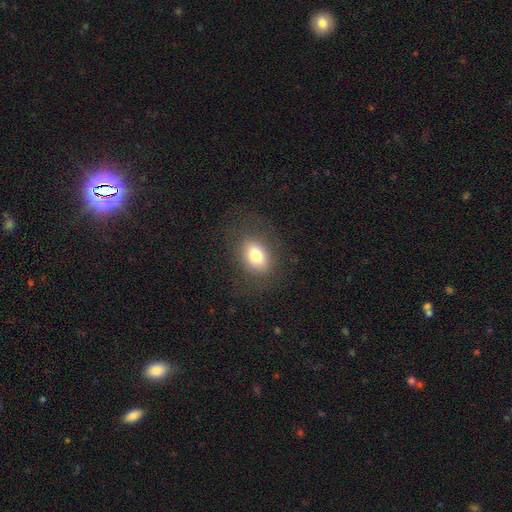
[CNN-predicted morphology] smooth-or-featured: smooth: 75% | featured or disk: 15% | star or artifact: 10%
  how-rounded: in between: 79% | round: 19% | cigar-shaped: 2%
  merging: none: 78% | minor disturbance: 13% | major disturbance: 8% | merger: 1%